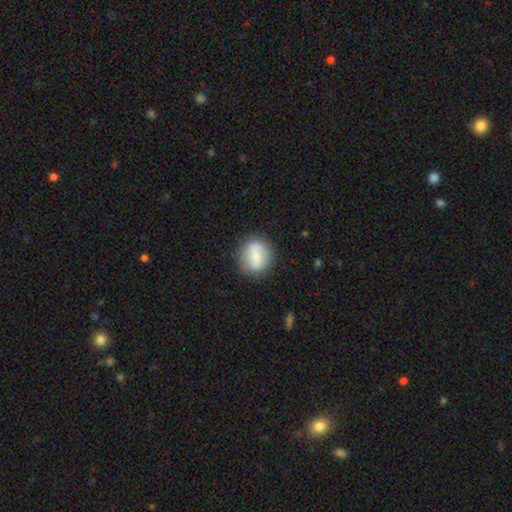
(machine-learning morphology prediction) A smooth galaxy with no disk features (80%) that is round (69%).

Vote fractions:
- Smooth or featured? smooth: 80% / featured or disk: 13% / star or artifact: 7%
- How rounded? round: 69% / in between: 30% / cigar-shaped: 1%
- Merging? none: 80% / minor disturbance: 13% / major disturbance: 4% / merger: 2%